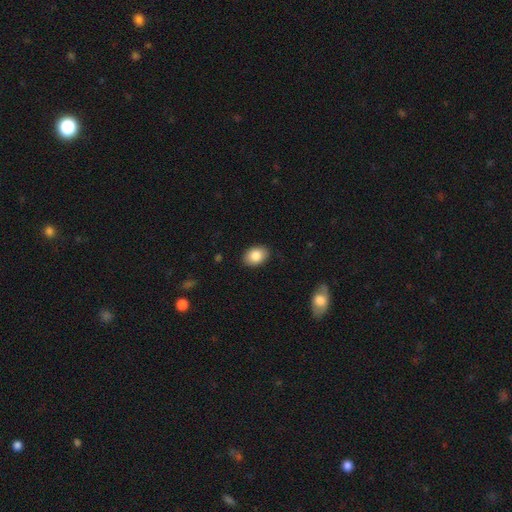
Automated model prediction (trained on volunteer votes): Smooth or featured: smooth — 85% (star or artifact — 8%)
How rounded: in between — 79% (round — 20%)
Merging: none — 88% (minor disturbance — 9%)